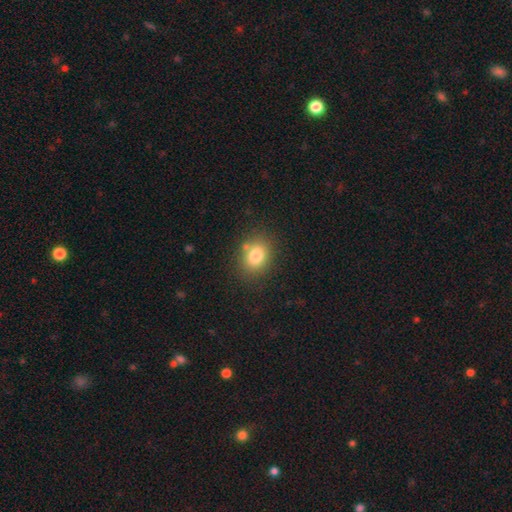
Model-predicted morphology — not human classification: Q: Smooth or featured?
A: smooth (80%); runner-up: star or artifact (11%)
Q: How rounded?
A: round (54%); runner-up: in between (45%)
Q: Merging?
A: none (78%); runner-up: minor disturbance (12%)